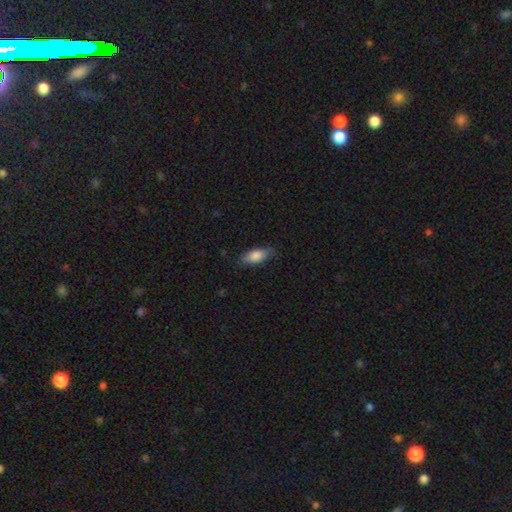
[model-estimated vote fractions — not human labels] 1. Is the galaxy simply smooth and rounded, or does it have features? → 83% smooth, 10% featured or disk, 6% star or artifact.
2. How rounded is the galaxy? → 83% in between, 15% cigar-shaped, 3% round.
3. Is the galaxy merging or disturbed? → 80% none, 16% minor disturbance, 3% major disturbance, 1% merger.